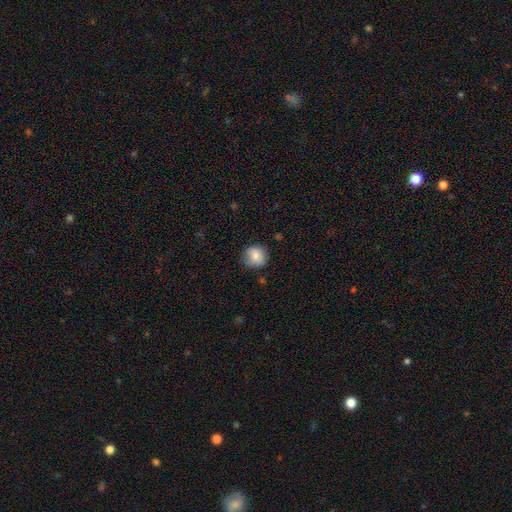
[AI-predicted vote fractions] Smooth or featured? smooth (81%)
How rounded? round (89%)
Merging? none (78%)